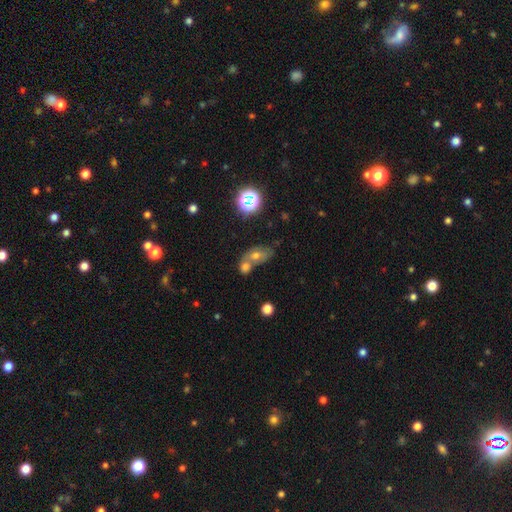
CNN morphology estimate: smooth-or-featured: smooth: 52% | featured or disk: 25% | star or artifact: 23%
  how-rounded: in between: 73% | round: 22% | cigar-shaped: 5%
  merging: merger: 50% | none: 35% | minor disturbance: 10% | major disturbance: 6%